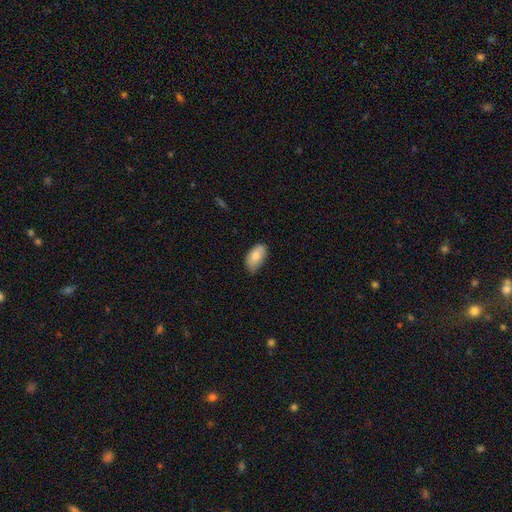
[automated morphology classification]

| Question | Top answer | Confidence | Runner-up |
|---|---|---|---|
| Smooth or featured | smooth | 82% | featured or disk (12%) |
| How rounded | in between | 94% | round (3%) |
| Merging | none | 61% | minor disturbance (33%) |